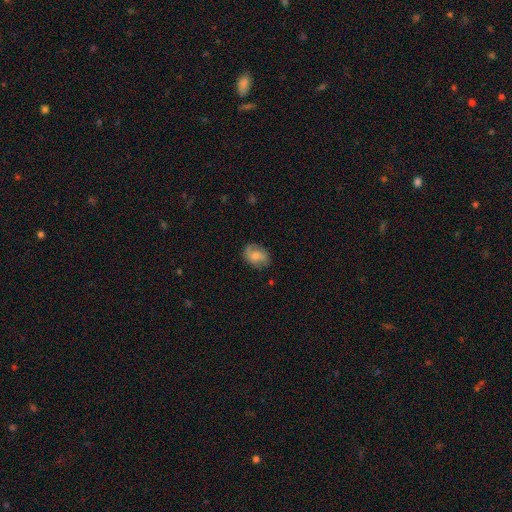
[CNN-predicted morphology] Smooth or featured: smooth — 52% (featured or disk — 40%)
How rounded: in between — 69% (round — 30%)
Merging: none — 72% (minor disturbance — 21%)